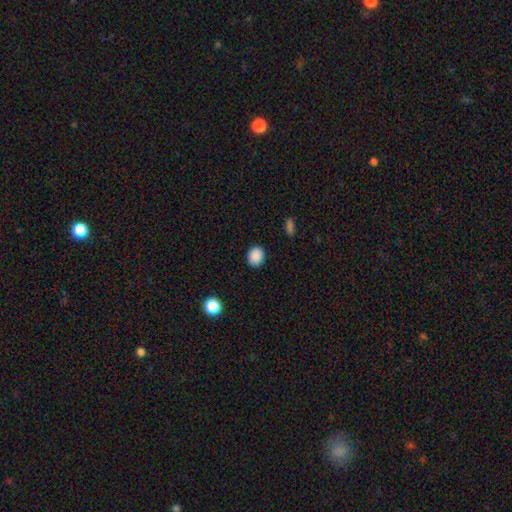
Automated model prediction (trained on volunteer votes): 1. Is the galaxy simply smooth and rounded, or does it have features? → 89% smooth, 9% star or artifact, 3% featured or disk.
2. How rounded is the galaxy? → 63% round, 36% in between, 1% cigar-shaped.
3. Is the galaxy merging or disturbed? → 90% none, 7% minor disturbance, 2% major disturbance, 1% merger.